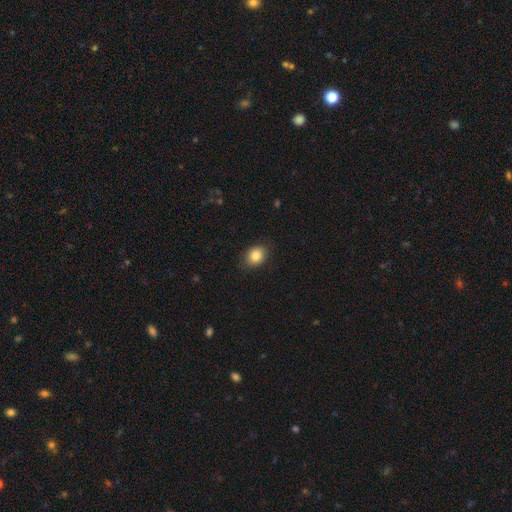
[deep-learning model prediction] Smooth or featured? Predicted: smooth (p=0.86). How rounded? Predicted: in between (p=0.56). Merging? Predicted: none (p=0.84).